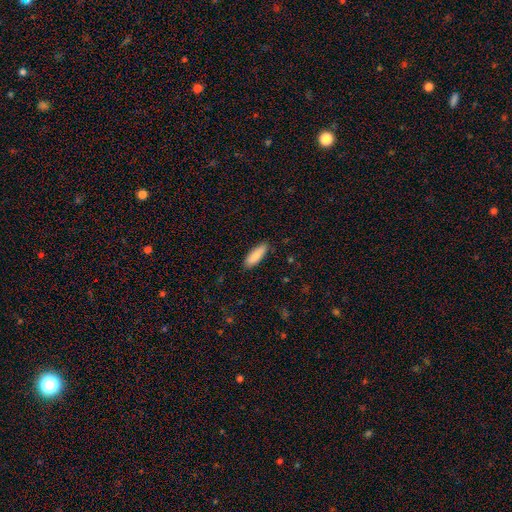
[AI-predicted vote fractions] Smooth or featured? smooth (86%)
How rounded? in between (58%)
Merging? none (87%)